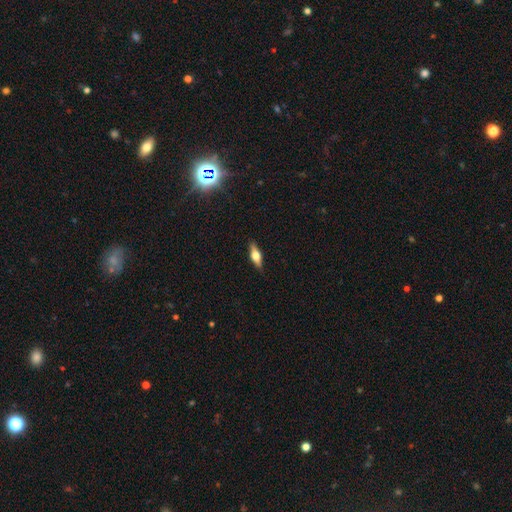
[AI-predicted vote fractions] featured or disk 56%, smooth 36%, star or artifact 8%. Down the decision tree: edge-on disk — yes (94%); edge-on bulge — rounded (92%); merging — none (87%).